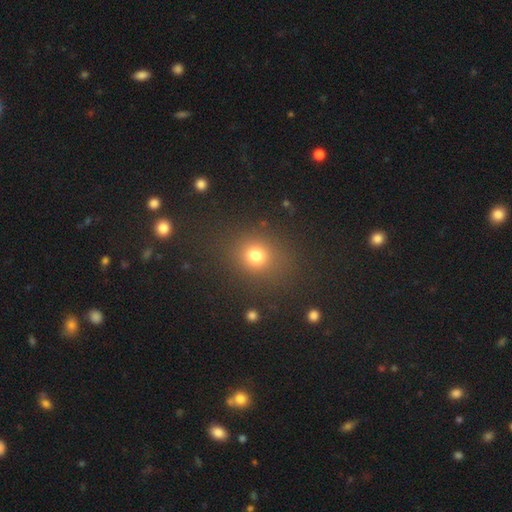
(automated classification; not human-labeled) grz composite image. It shows a smooth galaxy with no disk features (76%) that is round (68%). Merging: none (78%).